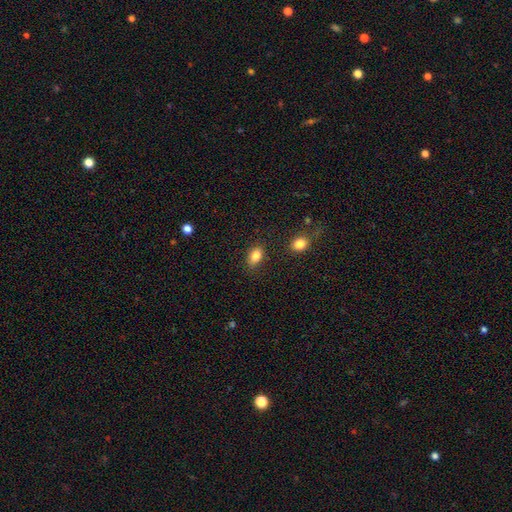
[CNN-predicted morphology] A smooth galaxy with no disk features (85%) that is in between round and cigar-shaped (86%). Merging: none (82%).